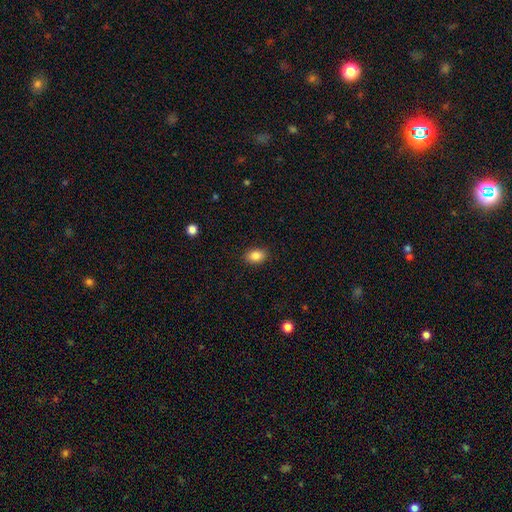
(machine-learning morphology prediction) Overall: smooth (85%). How rounded: in between (81%). Merging: none (88%).